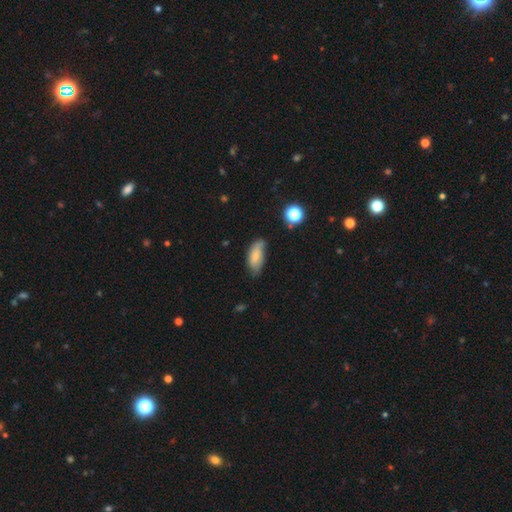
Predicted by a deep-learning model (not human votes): This is likely a smooth galaxy (63%). How rounded: clearly in between (87%). Merging: possibly none (51%).